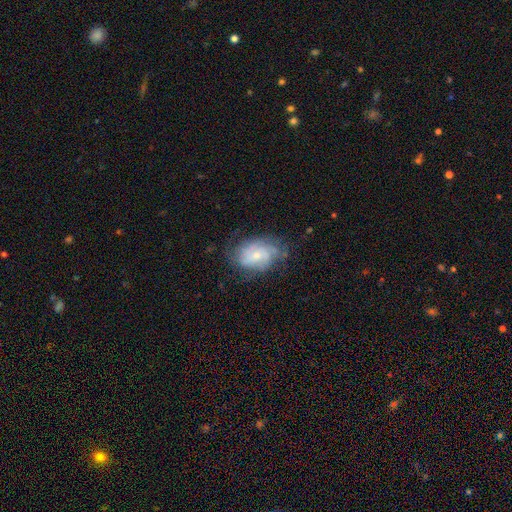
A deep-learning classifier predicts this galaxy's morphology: Smooth or featured: featured or disk — 64% (smooth — 28%)
Edge-on disk: no — 96% (yes — 4%)
Bar: no — 67% (weak — 28%)
Spiral arms: yes — 84% (no — 16%)
Spiral winding: tight — 49% (medium — 36%)
Spiral arm count: can't tell — 47% (2 — 20%)
Bulge size: small — 60% (moderate — 34%)
Merging: none — 62% (minor disturbance — 25%)